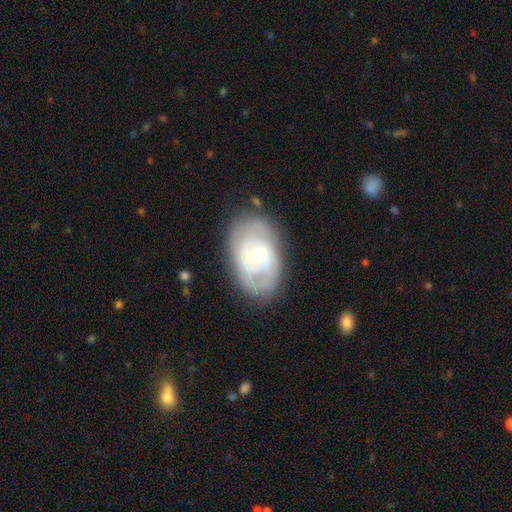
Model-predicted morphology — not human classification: A featured or disk galaxy (74%) with no bar (57%), spiral arms (68%) and a moderate central bulge (64%). Merging: none (74%).